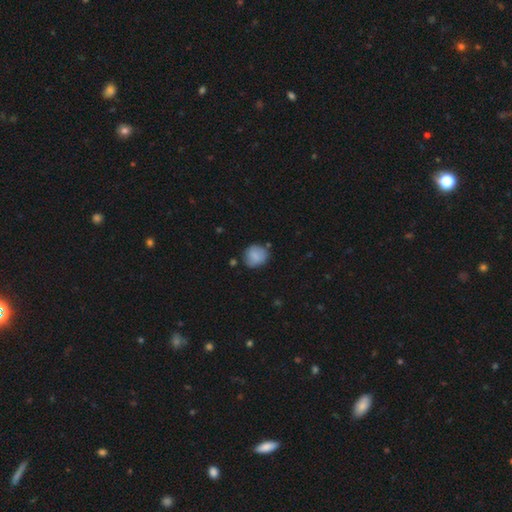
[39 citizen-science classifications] smooth_or_featured: smooth (p=0.74) [alt: featured or disk p=0.15]
how_rounded: round (p=0.83) [alt: in between p=0.17]
merging: none (p=0.63) [alt: minor disturbance p=0.29]